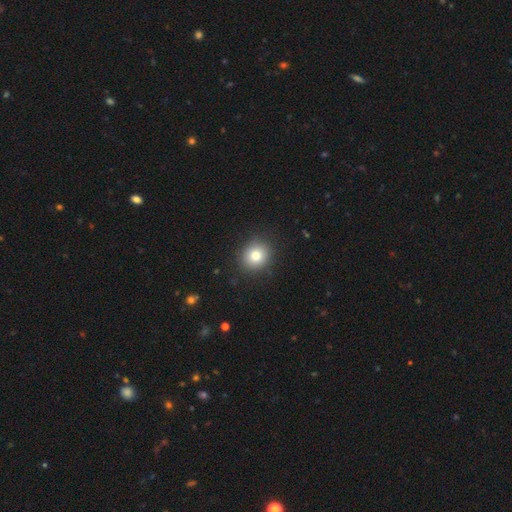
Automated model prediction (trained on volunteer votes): smooth_or_featured: smooth (p=0.79) [alt: star or artifact p=0.11]
how_rounded: round (p=0.83) [alt: in between p=0.17]
merging: none (p=0.89) [alt: minor disturbance p=0.07]